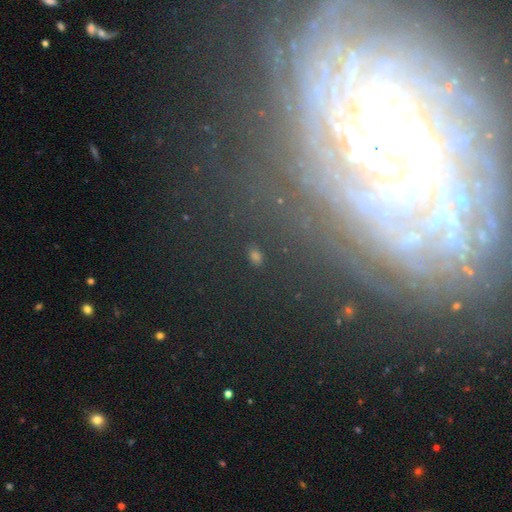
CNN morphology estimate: This appears to be a smooth galaxy with no disk features (42%). Merging: none (81%).